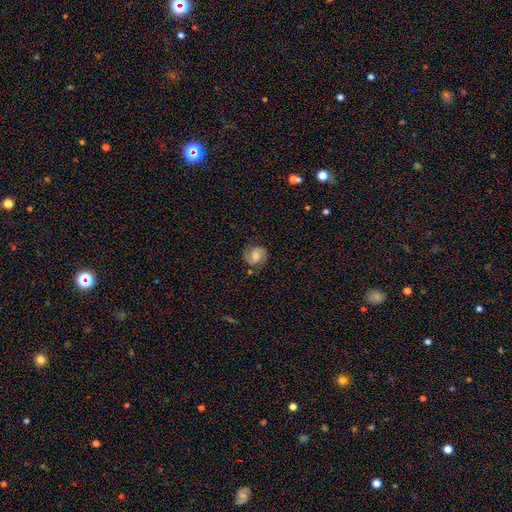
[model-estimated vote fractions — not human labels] Q: Smooth or featured?
A: featured or disk (62%); runner-up: smooth (29%)
Q: Edge-on disk?
A: no (98%); runner-up: yes (2%)
Q: Bar?
A: no (51%); runner-up: weak (39%)
Q: Spiral arms?
A: yes (93%); runner-up: no (7%)
Q: Spiral winding?
A: medium (48%); runner-up: tight (33%)
Q: Spiral arm count?
A: 2 (88%); runner-up: can't tell (6%)
Q: Bulge size?
A: moderate (49%); runner-up: small (27%)
Q: Merging?
A: none (79%); runner-up: minor disturbance (14%)